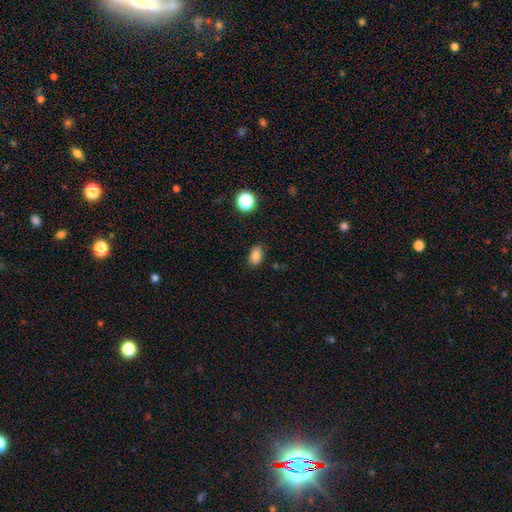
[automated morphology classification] A smooth galaxy with no disk features (83%) that is in between round and cigar-shaped (83%).

Vote fractions:
- Smooth or featured? smooth: 83% / star or artifact: 11% / featured or disk: 6%
- How rounded? in between: 83% / round: 15% / cigar-shaped: 1%
- Merging? none: 83% / minor disturbance: 13% / major disturbance: 3% / merger: 2%